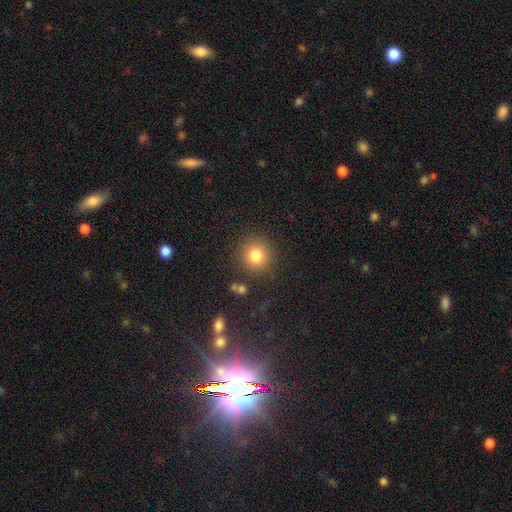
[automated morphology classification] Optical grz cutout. It shows a smooth galaxy with no disk features (82%) that is round (92%). Merging: none (85%).